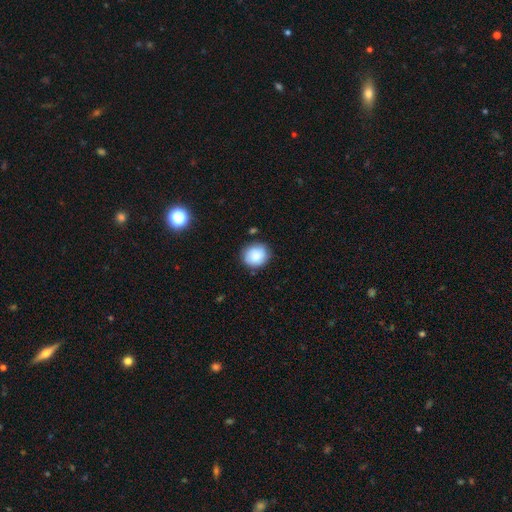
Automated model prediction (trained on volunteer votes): The model was most divided on "how rounded": round: 84%, in between: 15%, cigar-shaped: 1%. More confident: smooth or featured — smooth (86%); merging — none (83%).